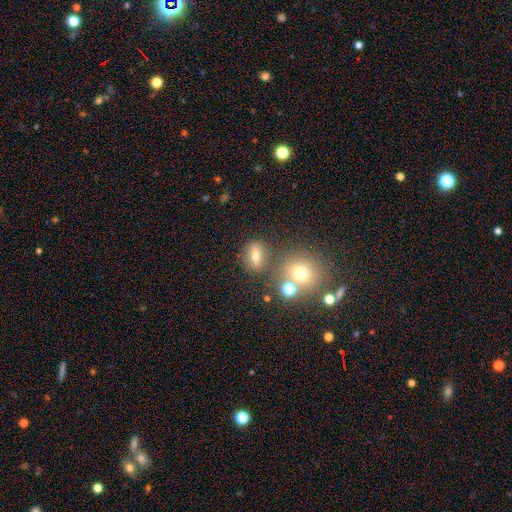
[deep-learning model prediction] Q: Smooth or featured?
A: smooth (60%); runner-up: featured or disk (22%)
Q: How rounded?
A: in between (52%); runner-up: round (39%)
Q: Merging?
A: none (71%); runner-up: merger (13%)